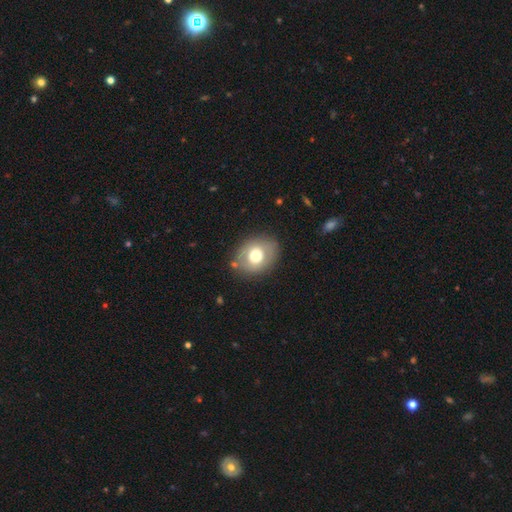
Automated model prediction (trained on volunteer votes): Morphology: type=smooth (62%); roundness=round (52%); merging=none (80%).